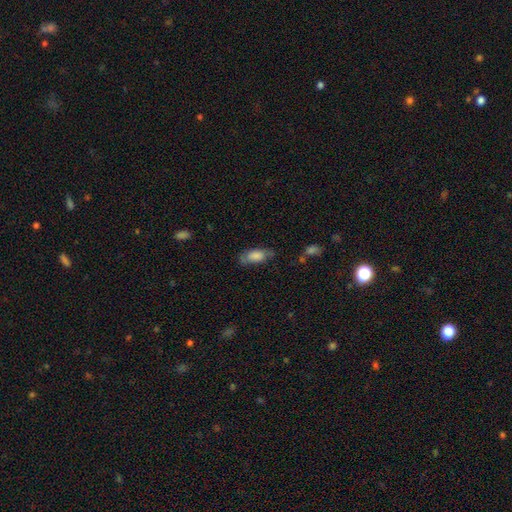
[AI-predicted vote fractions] A smooth galaxy with no disk features (75%) that is in between round and cigar-shaped (81%). Merging: none (64%).